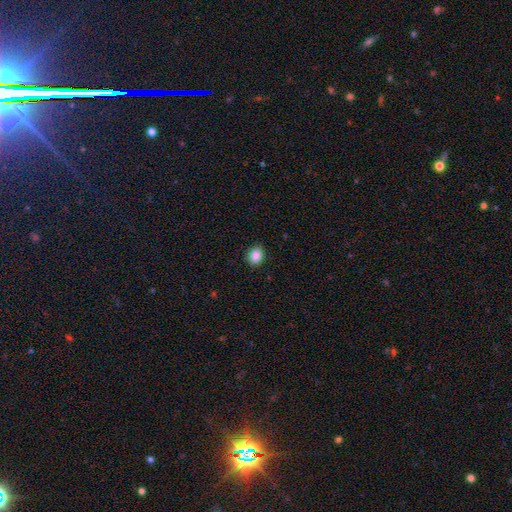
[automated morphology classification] Smooth or featured?
  - smooth: 87% *
  - star or artifact: 9%
  - featured or disk: 4%
How rounded?
  - round: 64% *
  - in between: 35%
  - cigar-shaped: 1%
Merging?
  - none: 89% *
  - minor disturbance: 8%
  - major disturbance: 2%
  - merger: 1%